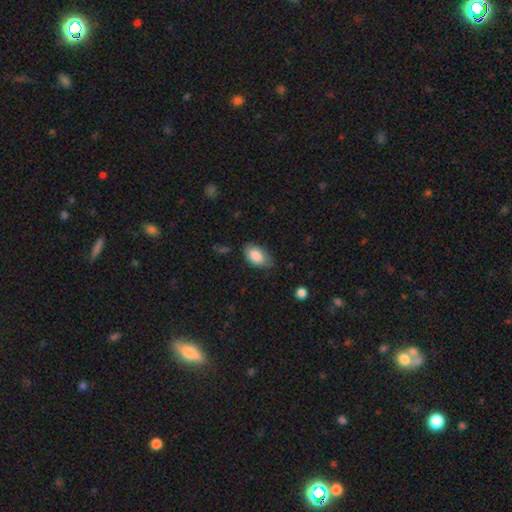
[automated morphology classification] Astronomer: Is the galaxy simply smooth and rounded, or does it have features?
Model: smooth — 86%.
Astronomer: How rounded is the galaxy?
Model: in between — 92%.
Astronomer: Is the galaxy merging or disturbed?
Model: none — 68%.